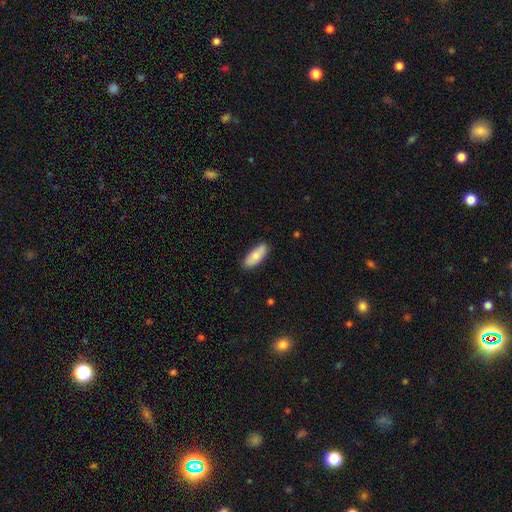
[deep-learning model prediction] Overall: smooth (77%). How rounded: in between (75%). Merging: none (87%).